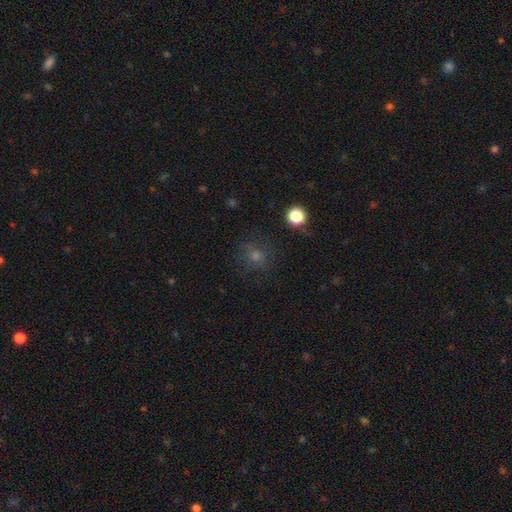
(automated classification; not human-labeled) The model was most divided on "smooth or featured": smooth: 53%, star or artifact: 32%, featured or disk: 15%. More confident: how rounded — round (86%); merging — none (79%).